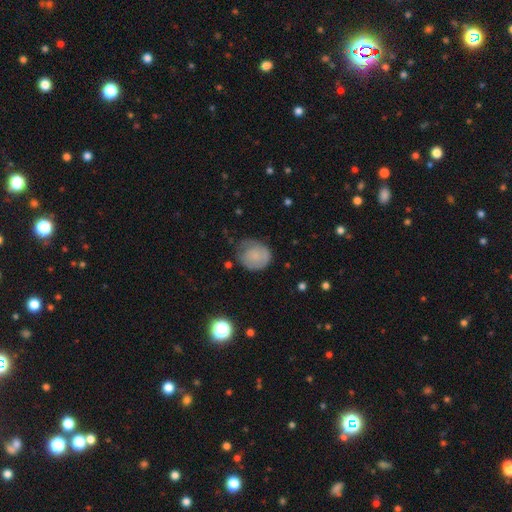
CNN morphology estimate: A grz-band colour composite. It shows a smooth galaxy with no disk features (65%) that is round (75%). Merging: none (50%).